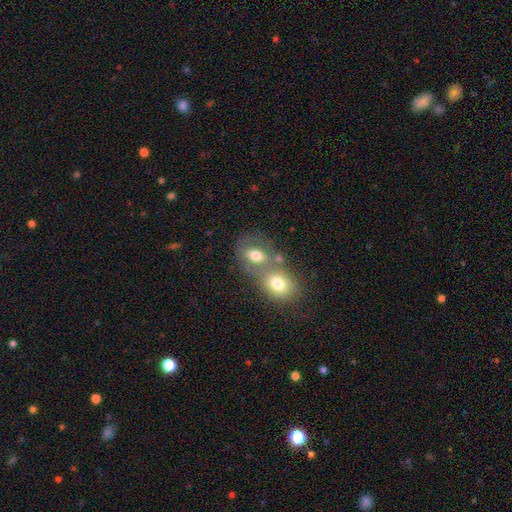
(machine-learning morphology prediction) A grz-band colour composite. It shows a smooth galaxy with no disk features (67%) that is in between round and cigar-shaped (65%). Merging: merger (54%).